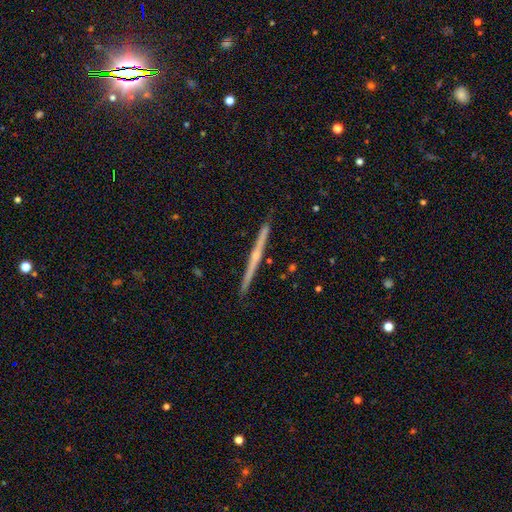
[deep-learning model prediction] Overall: featured or disk (74%). Edge-on disk: yes (98%). Edge-on bulge: rounded (50%; none 45%). Merging: none (92%).